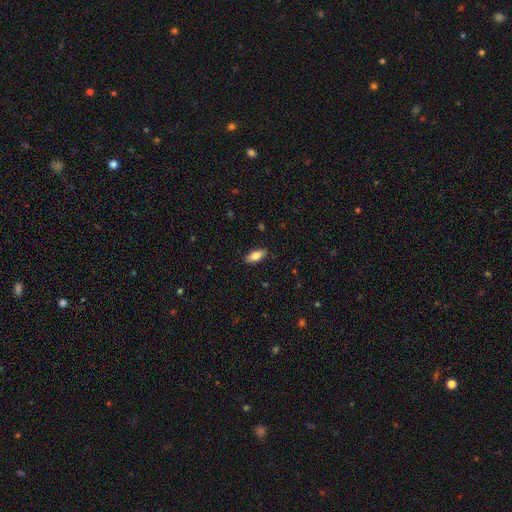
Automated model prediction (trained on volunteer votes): smooth-or-featured: smooth: 80% | featured or disk: 14% | star or artifact: 6%
  how-rounded: in between: 83% | cigar-shaped: 15% | round: 2%
  merging: none: 88% | minor disturbance: 9% | major disturbance: 2% | merger: 1%